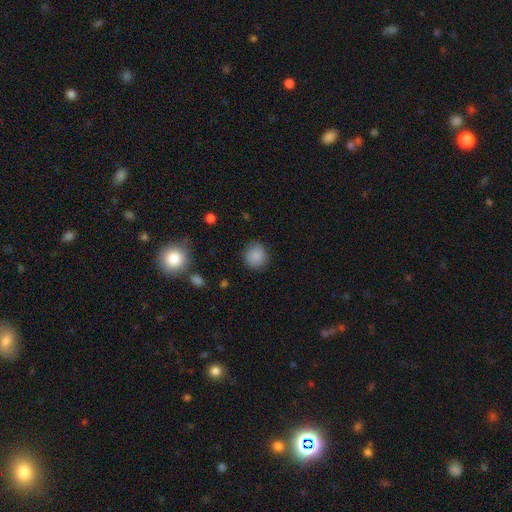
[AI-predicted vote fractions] The model was most divided on "how rounded": round: 85%, in between: 14%, cigar-shaped: 1%. More confident: smooth or featured — smooth (87%); merging — none (86%).